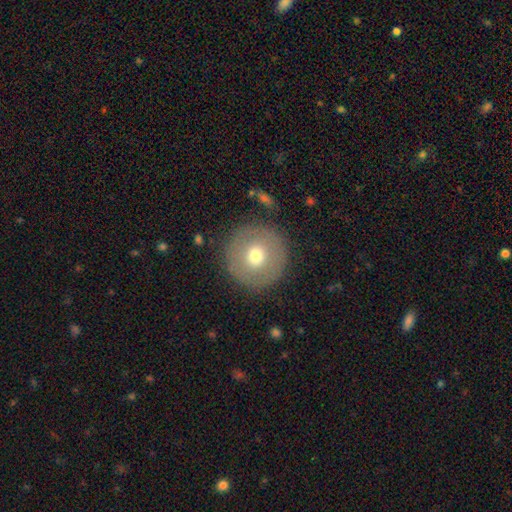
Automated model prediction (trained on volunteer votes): A smooth galaxy with no disk features (64%) that is round (96%).

Vote fractions:
- Smooth or featured? smooth: 64% / featured or disk: 27% / star or artifact: 9%
- How rounded? round: 96% / in between: 3% / cigar-shaped: 1%
- Merging? none: 88% / minor disturbance: 7% / major disturbance: 3% / merger: 1%